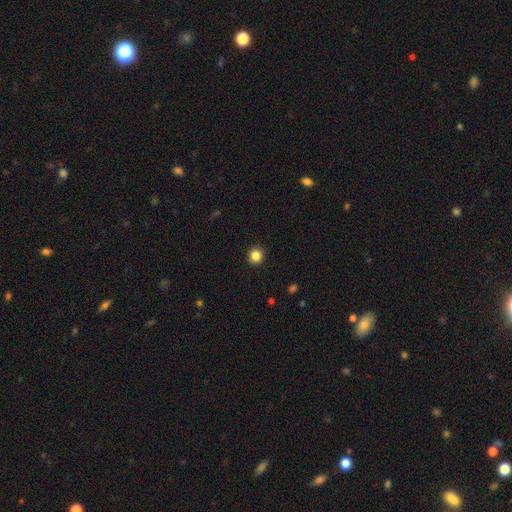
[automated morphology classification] A smooth galaxy with no disk features (85%) that is round (92%). Merging: none (93%).